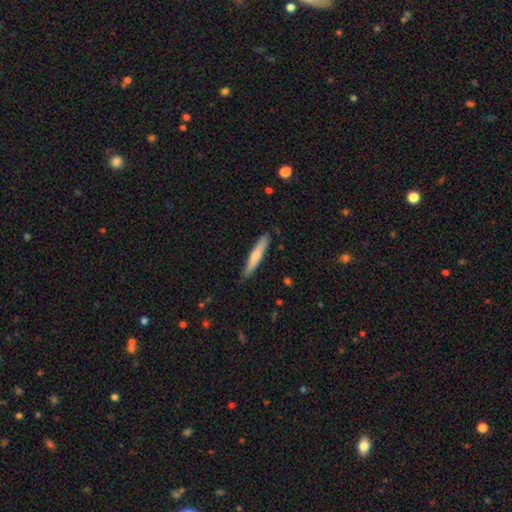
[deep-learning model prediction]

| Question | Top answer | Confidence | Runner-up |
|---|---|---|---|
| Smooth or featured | smooth | 67% | featured or disk (28%) |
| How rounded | cigar-shaped | 92% | in between (7%) |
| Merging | none | 83% | minor disturbance (14%) |